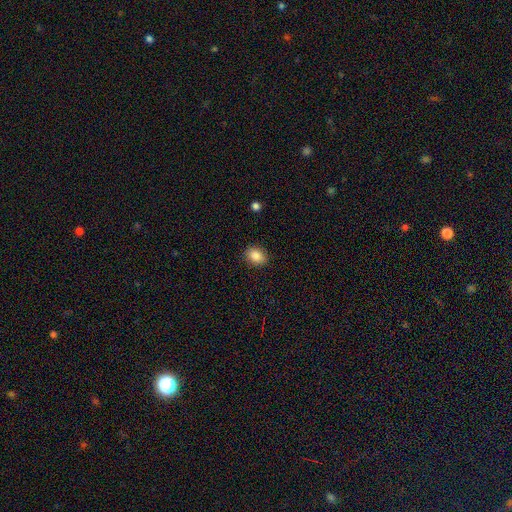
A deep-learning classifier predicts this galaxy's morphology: Smooth or featured? smooth (87%)
How rounded? in between (62%)
Merging? none (86%)